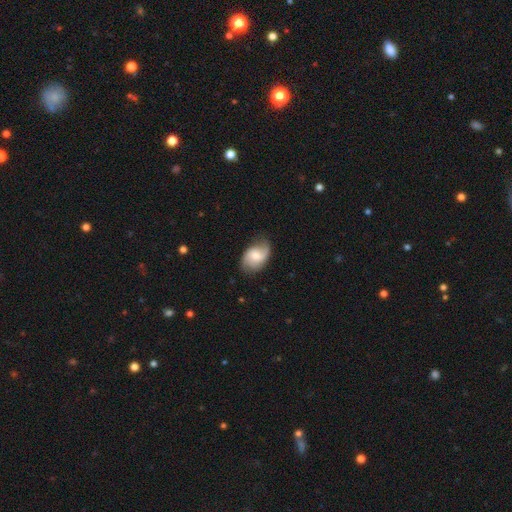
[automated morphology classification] smooth-or-featured: featured or disk: 58% | smooth: 35% | star or artifact: 7%
  disk-edge-on: no: 96% | yes: 4%
    bar: no: 58% | weak: 36% | strong: 6%
    has-spiral-arms: yes: 89% | no: 11%
    bulge-size: moderate: 51% | small: 42% | large: 4% | none: 3% | dominant: 1%
  merging: none: 72% | minor disturbance: 21% | major disturbance: 6% | merger: 1%